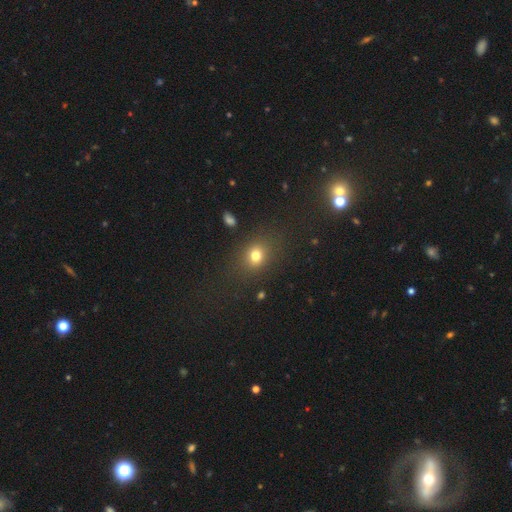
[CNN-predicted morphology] A smooth galaxy with no disk features (75%) that is round (59%).

Vote fractions:
- Smooth or featured? smooth: 75% / star or artifact: 16% / featured or disk: 9%
- How rounded? round: 59% / in between: 40% / cigar-shaped: 1%
- Merging? none: 82% / minor disturbance: 11% / major disturbance: 5% / merger: 2%